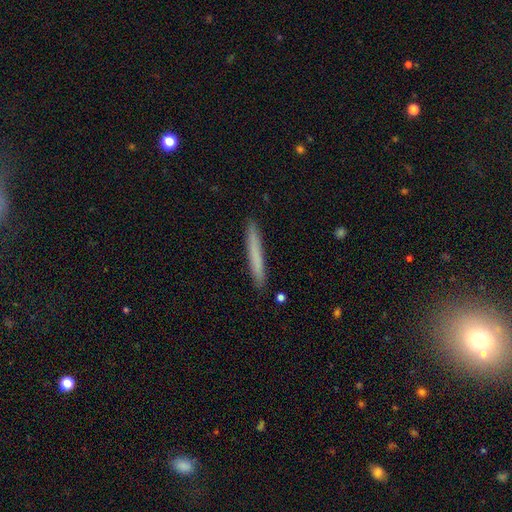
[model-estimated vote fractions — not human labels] The model was most divided on "smooth or featured": smooth: 70%, featured or disk: 24%, star or artifact: 6%. More confident: how rounded — cigar-shaped (97%); merging — none (91%).